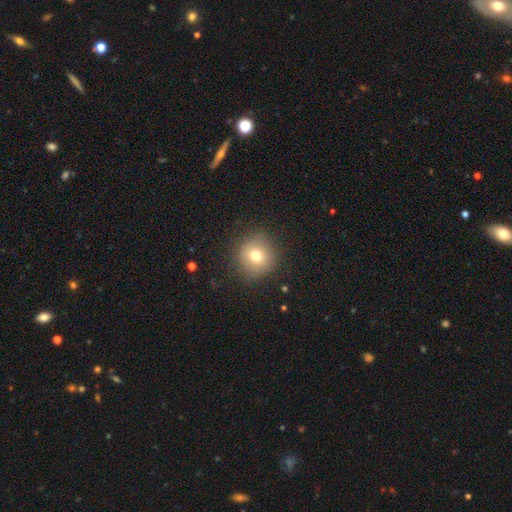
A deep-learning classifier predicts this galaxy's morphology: Smooth or featured? smooth (73%)
How rounded? round (91%)
Merging? none (86%)